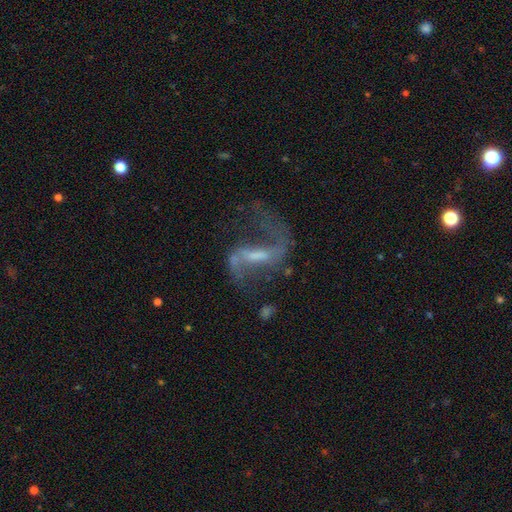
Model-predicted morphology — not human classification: This appears to be a featured or disk galaxy (88%) with a strong bar (47%), 2 (91%) loose (75%) spiral arms (95%) and a small central bulge (39%). Merging: none (65%).